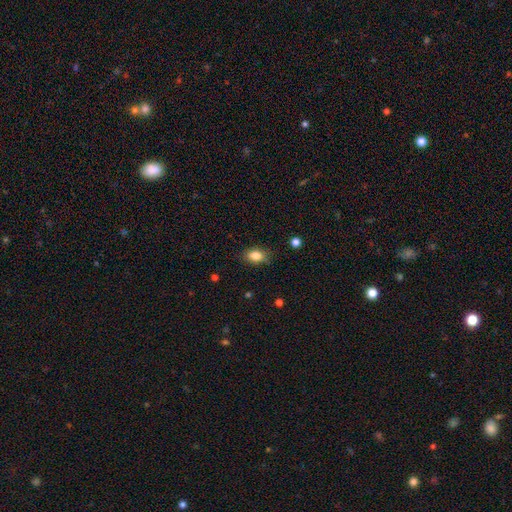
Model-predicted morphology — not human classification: smooth_or_featured: smooth (p=0.84) [alt: star or artifact p=0.09]
how_rounded: in between (p=0.80) [alt: round p=0.18]
merging: none (p=0.83) [alt: minor disturbance p=0.13]